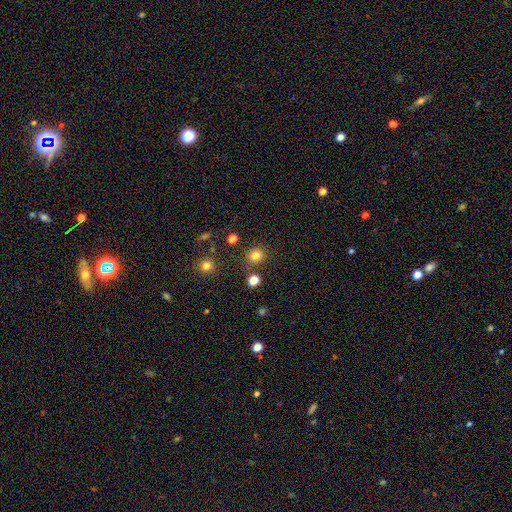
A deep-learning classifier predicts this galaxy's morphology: A smooth galaxy with no disk features (80%) that is round (83%). Merging: none (82%).